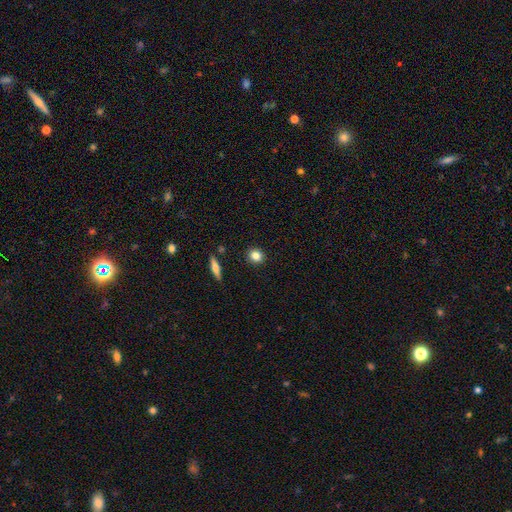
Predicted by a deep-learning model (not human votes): smooth_or_featured: smooth (p=0.82) [alt: star or artifact p=0.10]
how_rounded: round (p=0.84) [alt: in between p=0.14]
merging: none (p=0.91) [alt: minor disturbance p=0.06]